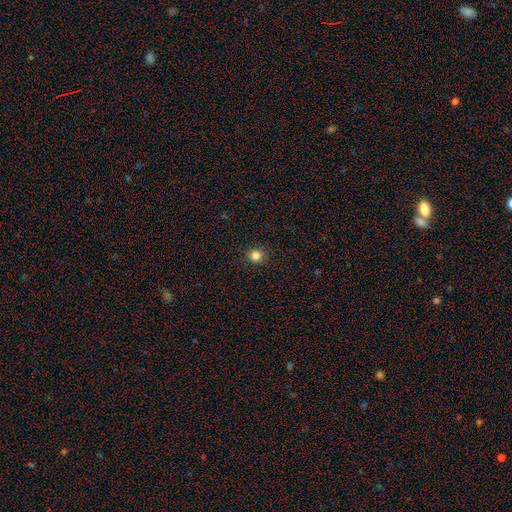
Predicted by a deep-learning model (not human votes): A smooth galaxy with no disk features (82%) that is round (92%). Merging: none (91%).